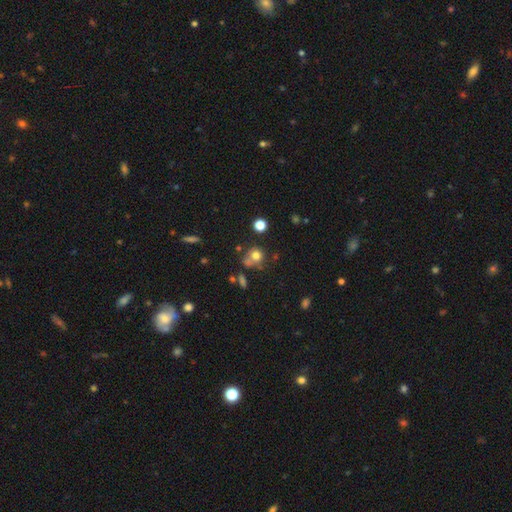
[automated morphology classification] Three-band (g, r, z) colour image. It shows a smooth galaxy with no disk features (73%) that is round (81%). Merging: none (52%).